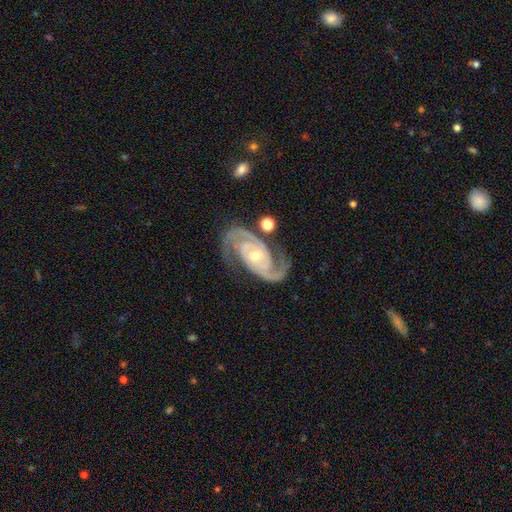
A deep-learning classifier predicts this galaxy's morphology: Overall: featured or disk (93%). Edge-on disk: no (97%). Bar: no (54%; weak 31%). Spiral arms: yes (99%). Spiral arm count: 2 (92%). Spiral winding: tight (49%; medium 45%). Bulge size: small (50%; moderate 46%). Merging: none (78%).